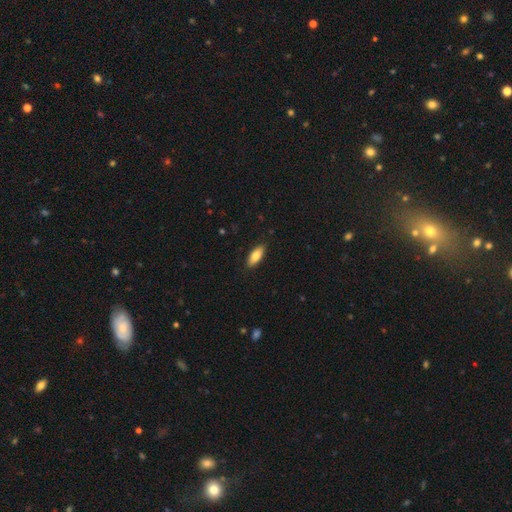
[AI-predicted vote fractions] Smooth or featured? smooth (80%)
How rounded? in between (78%)
Merging? none (88%)